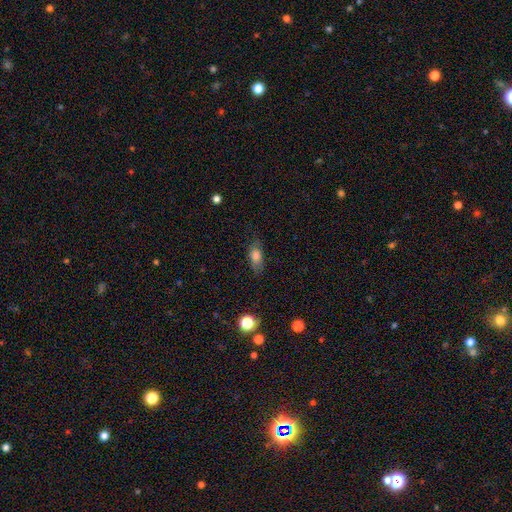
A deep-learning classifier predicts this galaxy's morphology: A smooth galaxy with no disk features (75%) that is in between round and cigar-shaped (78%).

Vote fractions:
- Smooth or featured? smooth: 75% / featured or disk: 15% / star or artifact: 10%
- How rounded? in between: 78% / cigar-shaped: 15% / round: 7%
- Merging? none: 74% / minor disturbance: 19% / major disturbance: 6% / merger: 1%